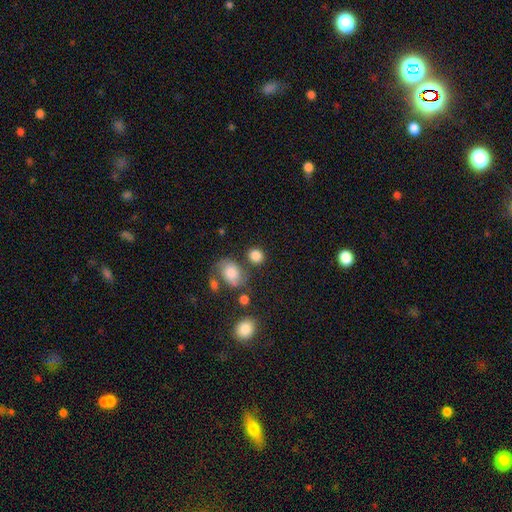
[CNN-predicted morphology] smooth-or-featured: smooth: 84% | star or artifact: 9% | featured or disk: 6%
  how-rounded: round: 69% | in between: 30% | cigar-shaped: 1%
  merging: none: 71% | minor disturbance: 13% | merger: 11% | major disturbance: 5%